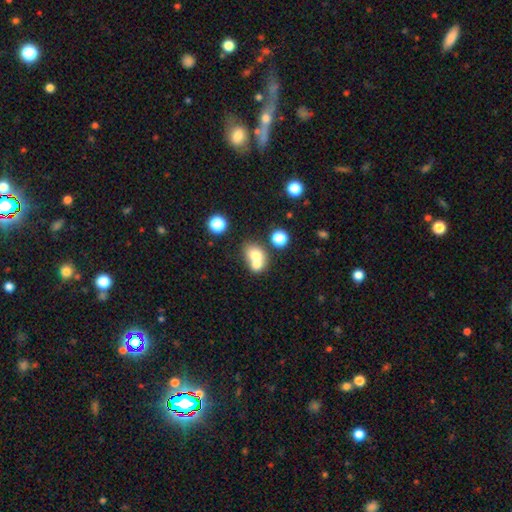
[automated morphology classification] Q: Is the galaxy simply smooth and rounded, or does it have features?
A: smooth — 70%.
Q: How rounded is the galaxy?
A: round — 55%.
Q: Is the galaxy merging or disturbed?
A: merger — 65%.